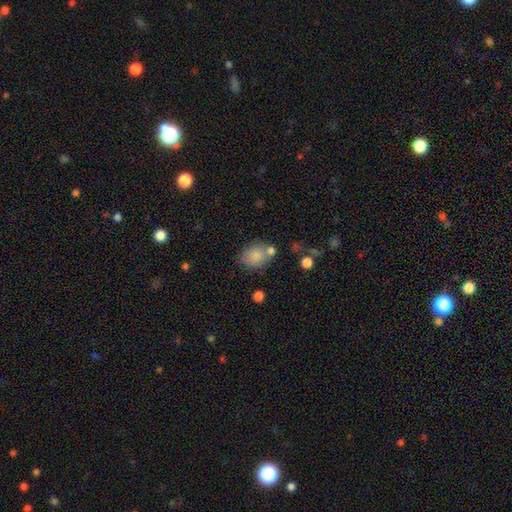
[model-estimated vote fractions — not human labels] smooth-or-featured: smooth: 83% | star or artifact: 9% | featured or disk: 8%
  how-rounded: in between: 52% | round: 47% | cigar-shaped: 1%
  merging: none: 59% | merger: 18% | minor disturbance: 17% | major disturbance: 6%